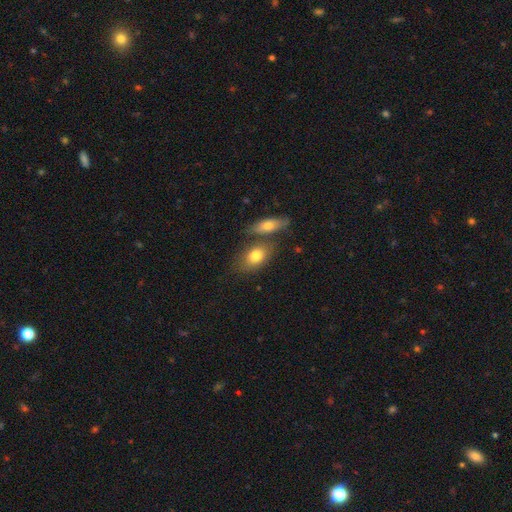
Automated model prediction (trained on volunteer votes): smooth-or-featured: smooth: 78% | featured or disk: 15% | star or artifact: 7%
  how-rounded: in between: 82% | round: 13% | cigar-shaped: 4%
  merging: none: 55% | merger: 29% | minor disturbance: 12% | major disturbance: 4%